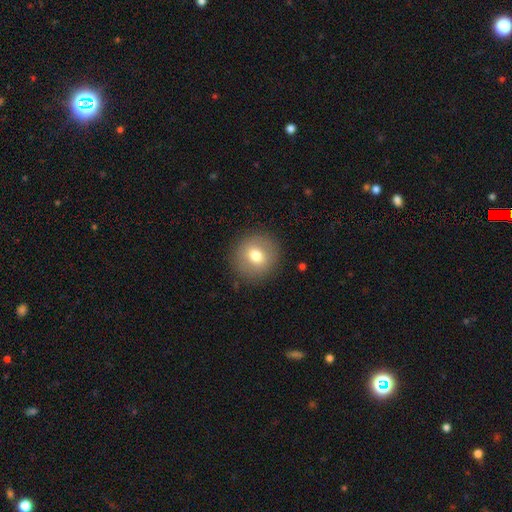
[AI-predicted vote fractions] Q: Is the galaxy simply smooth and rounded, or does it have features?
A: smooth — 72%.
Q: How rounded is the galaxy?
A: round — 91%.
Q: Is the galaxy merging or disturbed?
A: none — 88%.